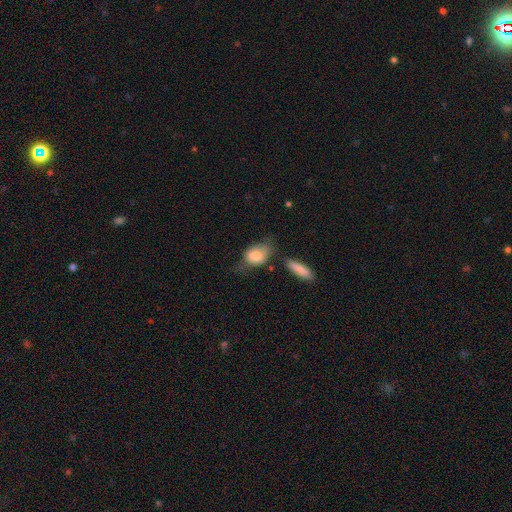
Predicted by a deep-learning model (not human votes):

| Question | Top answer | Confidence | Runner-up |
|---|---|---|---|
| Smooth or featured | smooth | 78% | featured or disk (15%) |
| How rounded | in between | 77% | round (20%) |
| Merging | none | 42% | minor disturbance (31%) |